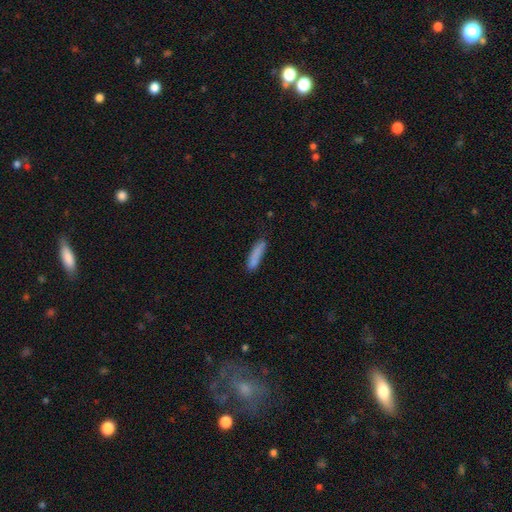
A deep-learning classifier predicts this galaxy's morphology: This appears to be a smooth galaxy with no disk features (83%) that is cigar-shaped (78%). Merging: none (74%).